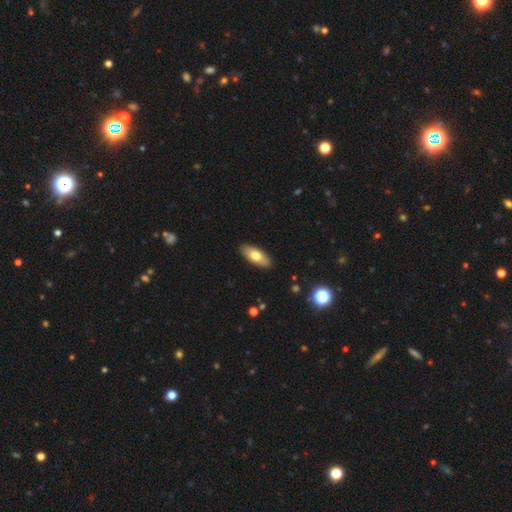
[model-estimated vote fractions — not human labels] The model was most divided on "smooth or featured": smooth: 71%, featured or disk: 23%, star or artifact: 6%. More confident: merging — none (89%); how rounded — in between (82%).